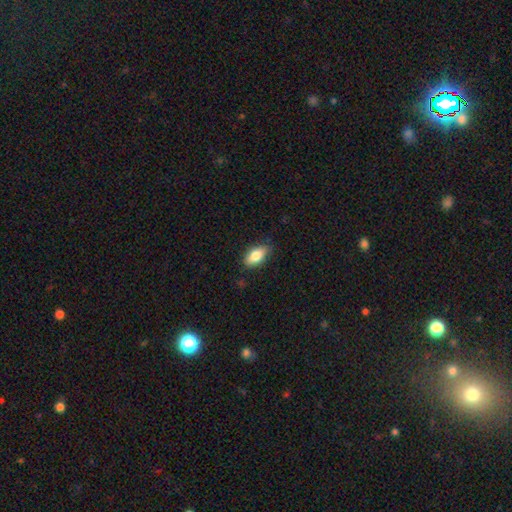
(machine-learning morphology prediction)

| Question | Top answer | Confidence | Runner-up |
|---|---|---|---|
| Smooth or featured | smooth | 82% | featured or disk (11%) |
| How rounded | in between | 89% | cigar-shaped (7%) |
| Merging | none | 81% | minor disturbance (15%) |